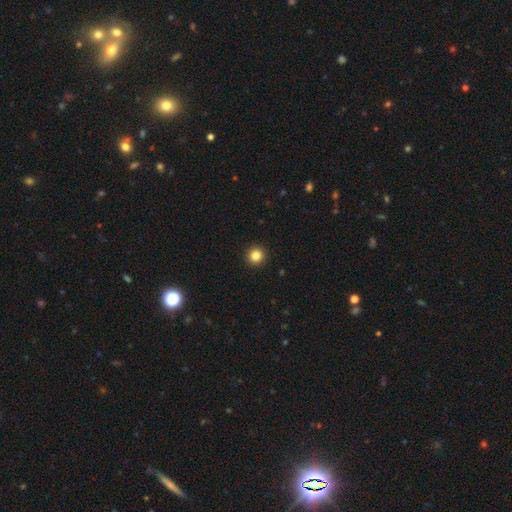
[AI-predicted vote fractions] A smooth galaxy with no disk features (85%) that is round (95%).

Vote fractions:
- Smooth or featured? smooth: 85% / star or artifact: 11% / featured or disk: 4%
- How rounded? round: 95% / in between: 4% / cigar-shaped: 1%
- Merging? none: 93% / minor disturbance: 4% / major disturbance: 1% / merger: 1%